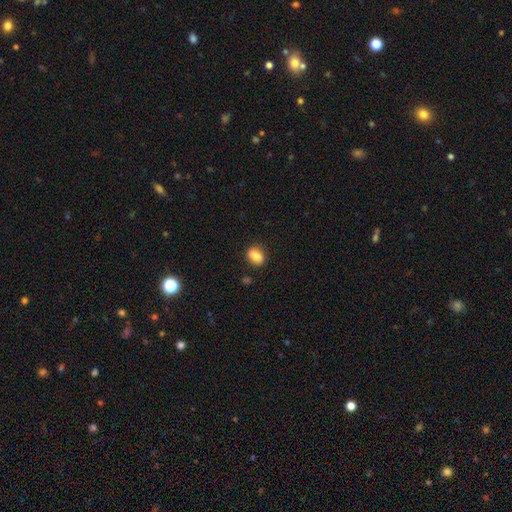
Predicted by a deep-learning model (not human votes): The model was most divided on "how rounded": in between: 73%, round: 24%, cigar-shaped: 2%. More confident: smooth or featured — smooth (84%); merging — none (82%).